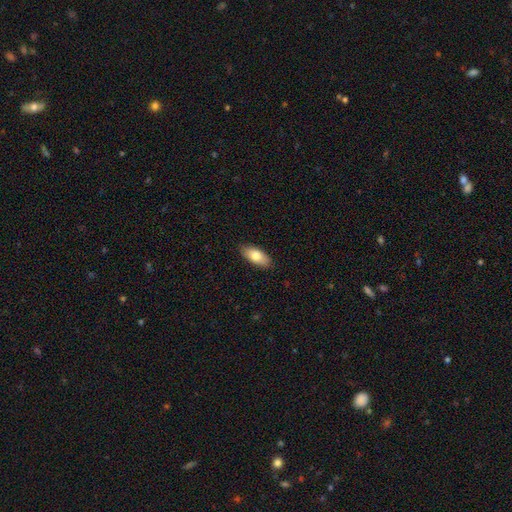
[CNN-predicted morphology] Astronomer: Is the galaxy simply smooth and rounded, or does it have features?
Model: smooth — 79%.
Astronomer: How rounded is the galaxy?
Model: in between — 88%.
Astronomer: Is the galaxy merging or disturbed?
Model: none — 87%.